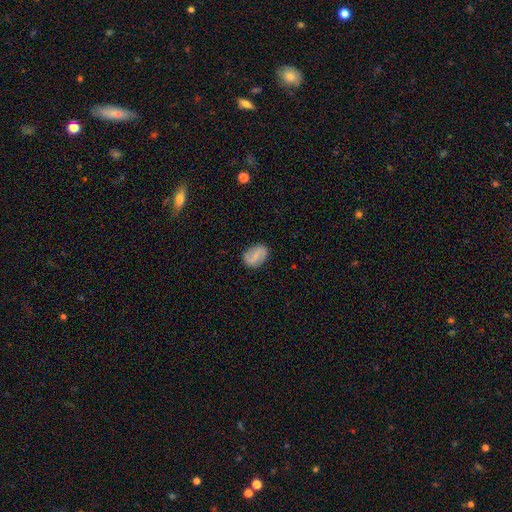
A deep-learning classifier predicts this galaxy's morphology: This appears to be a featured or disk galaxy (50%). Merging: none (84%).